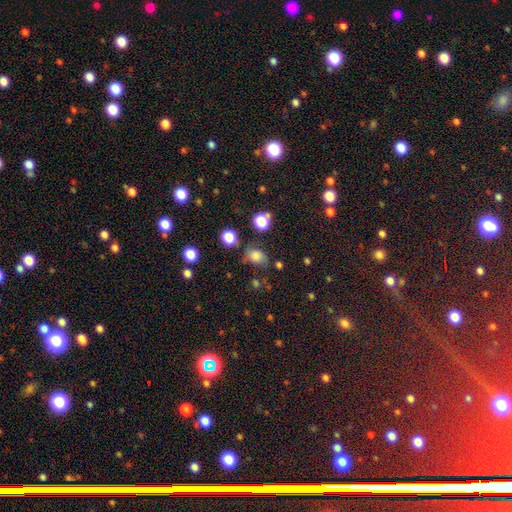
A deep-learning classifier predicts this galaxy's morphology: Smooth or featured?
  - smooth: 76% *
  - star or artifact: 16%
  - featured or disk: 8%
How rounded?
  - in between: 54% *
  - round: 45%
  - cigar-shaped: 1%
Merging?
  - none: 60% *
  - minor disturbance: 24%
  - major disturbance: 10%
  - merger: 6%